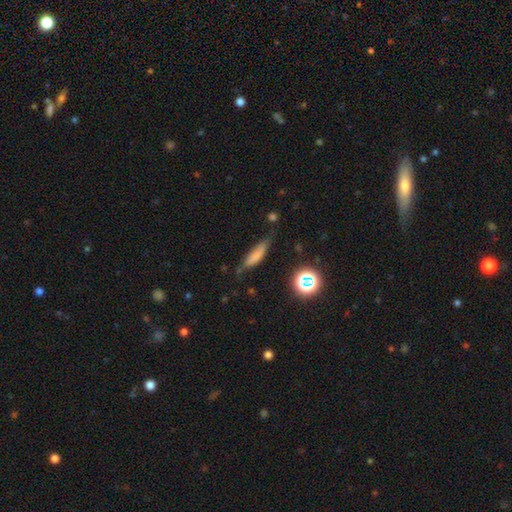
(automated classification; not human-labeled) The model was most divided on "merging": none: 62%, minor disturbance: 27%, major disturbance: 7%, merger: 3%. More confident: how rounded — cigar-shaped (70%); smooth or featured — smooth (69%).